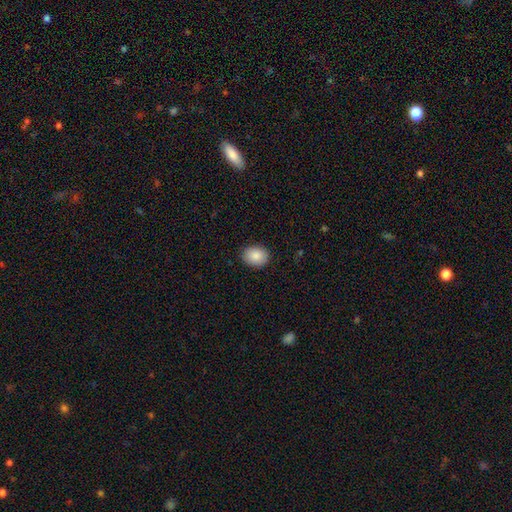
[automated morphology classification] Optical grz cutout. It shows a smooth galaxy with no disk features (88%) that is in between round and cigar-shaped (60%). Merging: none (89%).